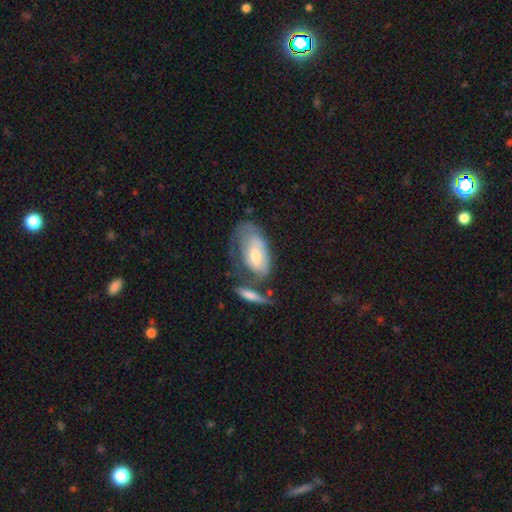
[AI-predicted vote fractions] smooth-or-featured: featured or disk: 48% | smooth: 46% | star or artifact: 6%
  merging: none: 31% | merger: 25% | minor disturbance: 23% | major disturbance: 21%